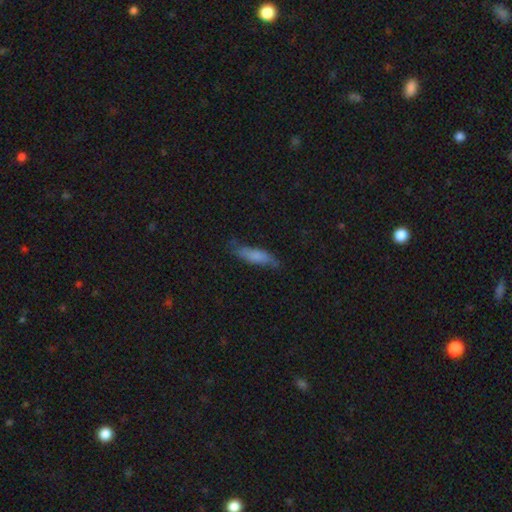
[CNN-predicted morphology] Smooth or featured? Predicted: smooth (p=0.71). How rounded? Predicted: cigar-shaped (p=0.62). Merging? Predicted: none (p=0.66).